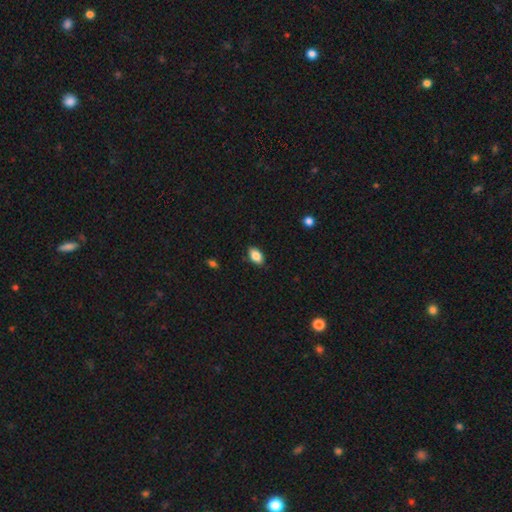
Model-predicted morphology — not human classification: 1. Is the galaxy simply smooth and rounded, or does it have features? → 86% smooth, 8% star or artifact, 7% featured or disk.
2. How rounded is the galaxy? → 91% in between, 6% round, 2% cigar-shaped.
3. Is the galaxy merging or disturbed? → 86% none, 11% minor disturbance, 2% major disturbance, 1% merger.